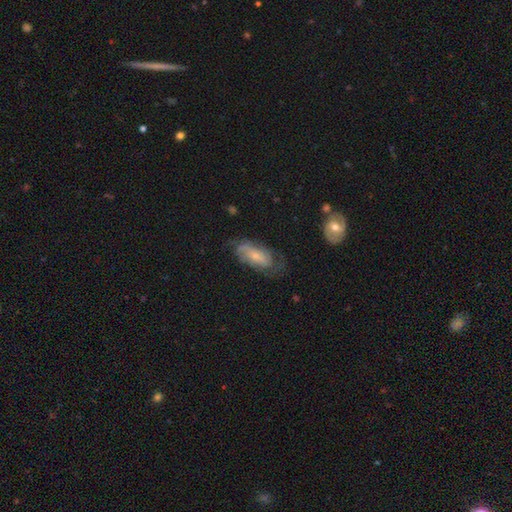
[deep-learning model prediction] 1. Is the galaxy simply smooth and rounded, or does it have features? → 60% featured or disk, 33% smooth, 7% star or artifact.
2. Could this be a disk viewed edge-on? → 92% no, 8% yes.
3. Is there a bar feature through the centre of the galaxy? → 66% no, 27% weak, 7% strong.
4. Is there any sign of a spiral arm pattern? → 83% yes, 17% no.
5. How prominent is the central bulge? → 64% small, 28% moderate, 4% none, 2% large, 1% dominant.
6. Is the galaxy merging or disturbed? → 55% none, 27% minor disturbance, 16% major disturbance, 2% merger.